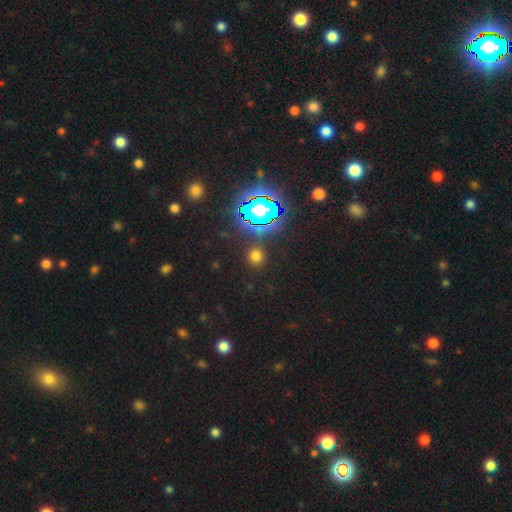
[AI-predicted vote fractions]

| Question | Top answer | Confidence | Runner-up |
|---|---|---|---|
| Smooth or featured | smooth | 56% | star or artifact (38%) |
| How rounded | round | 84% | in between (15%) |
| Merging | none | 87% | minor disturbance (7%) |